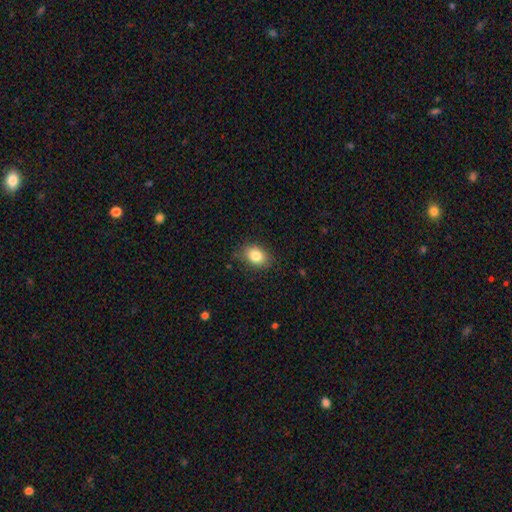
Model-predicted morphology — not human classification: The model was most divided on "how rounded": in between: 74%, round: 25%, cigar-shaped: 1%. More confident: smooth or featured — smooth (83%); merging — none (80%).